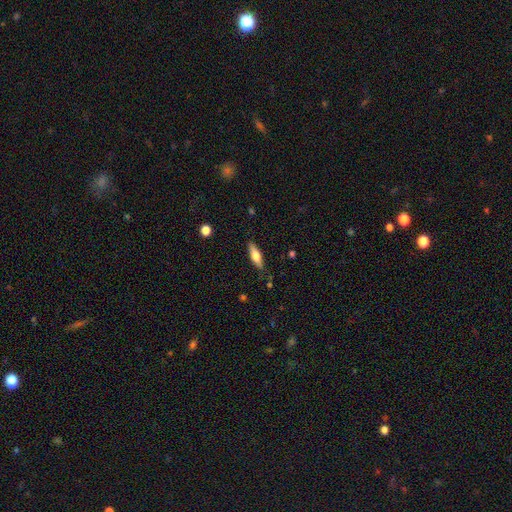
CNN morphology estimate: Smooth or featured?
  - smooth: 61% *
  - featured or disk: 33%
  - star or artifact: 6%
How rounded?
  - cigar-shaped: 51% *
  - in between: 47%
  - round: 2%
Merging?
  - none: 84% *
  - minor disturbance: 12%
  - major disturbance: 2%
  - merger: 2%